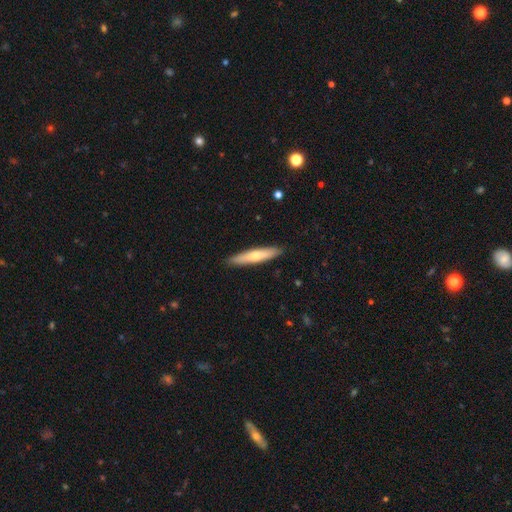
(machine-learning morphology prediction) A smooth galaxy with no disk features (59%) that is cigar-shaped (86%).

Vote fractions:
- Smooth or featured? smooth: 59% / featured or disk: 36% / star or artifact: 5%
- How rounded? cigar-shaped: 86% / in between: 12% / round: 1%
- Merging? none: 90% / minor disturbance: 8% / major disturbance: 1% / merger: 1%